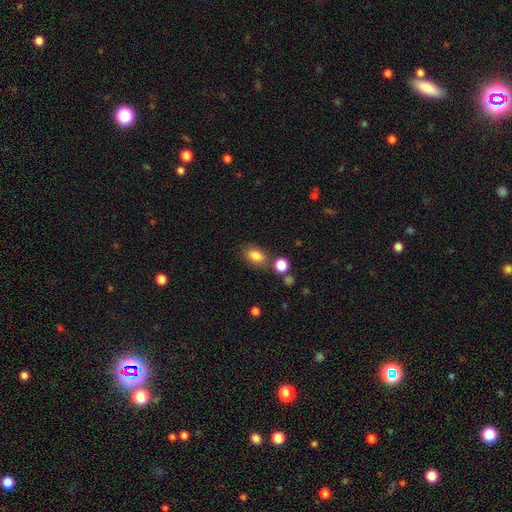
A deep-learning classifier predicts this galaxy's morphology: smooth-or-featured: smooth: 82% | star or artifact: 10% | featured or disk: 8%
  how-rounded: in between: 81% | round: 17% | cigar-shaped: 2%
  merging: none: 71% | minor disturbance: 14% | merger: 11% | major disturbance: 4%